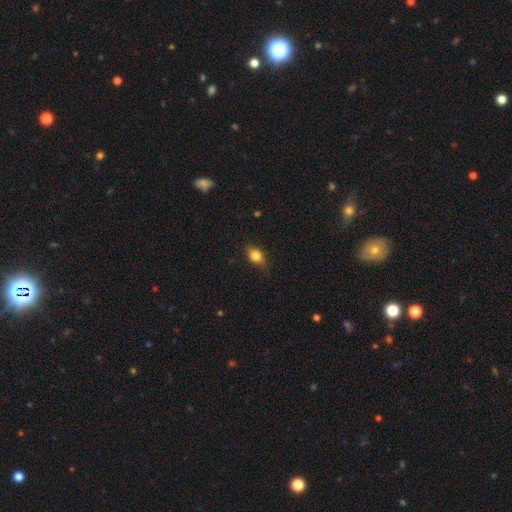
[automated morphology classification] type=smooth (82%); roundness=in between (72%); merging=none (76%).